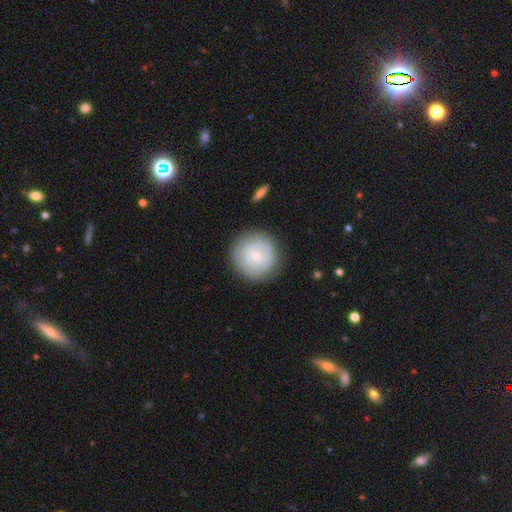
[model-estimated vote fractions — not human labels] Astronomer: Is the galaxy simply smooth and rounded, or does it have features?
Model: smooth — 53% (runner-up: featured or disk, 40%).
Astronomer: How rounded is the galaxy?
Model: round — 93%.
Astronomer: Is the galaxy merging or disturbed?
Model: none — 82%.